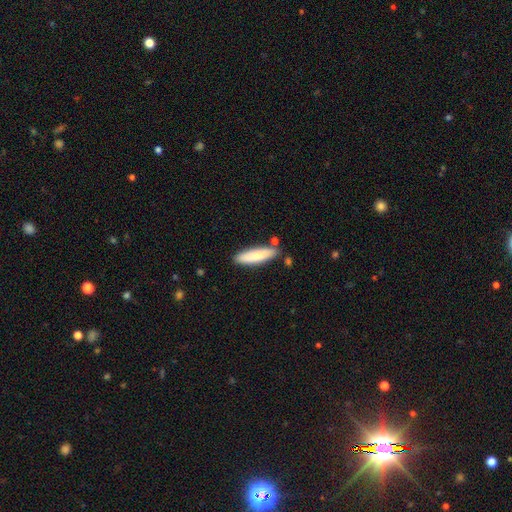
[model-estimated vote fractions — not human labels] A smooth galaxy with no disk features (81%) that is cigar-shaped (67%). Merging: none (82%).